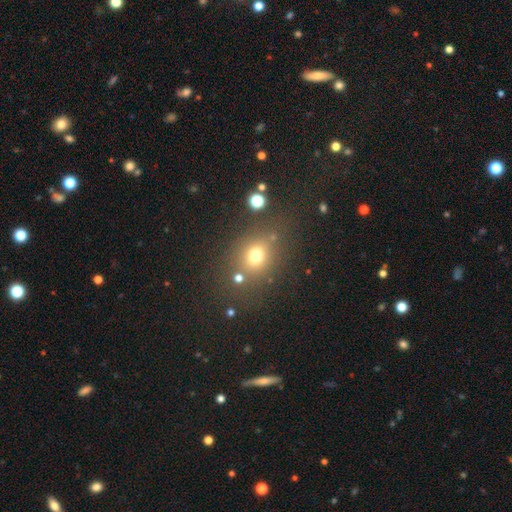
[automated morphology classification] Smooth or featured?
  - smooth: 72% *
  - star or artifact: 18%
  - featured or disk: 10%
How rounded?
  - round: 58% *
  - in between: 40%
  - cigar-shaped: 2%
Merging?
  - none: 70% *
  - minor disturbance: 14%
  - merger: 9%
  - major disturbance: 7%